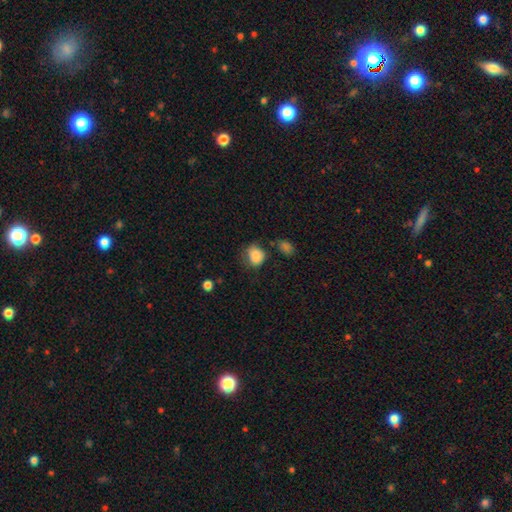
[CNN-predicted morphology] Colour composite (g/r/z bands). It shows a smooth galaxy with no disk features (85%) that is round (60%). Merging: none (55%).